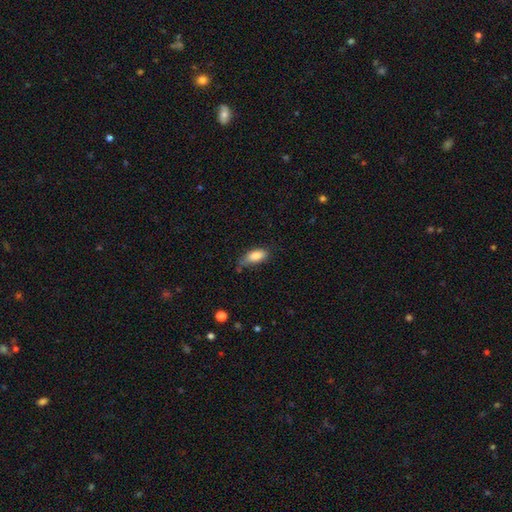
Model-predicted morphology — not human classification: Smooth or featured: smooth — 84% (featured or disk — 9%)
How rounded: in between — 88% (cigar-shaped — 9%)
Merging: none — 54% (minor disturbance — 33%)